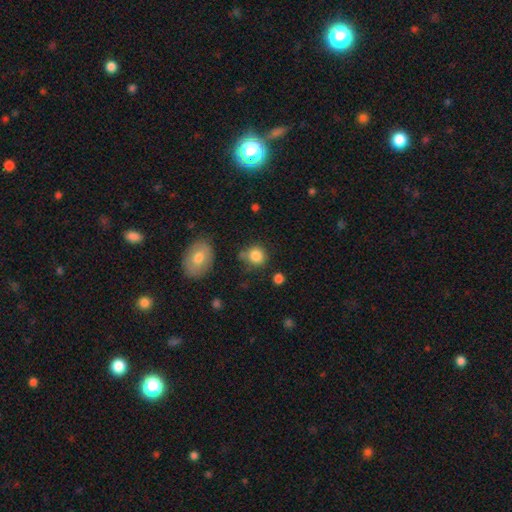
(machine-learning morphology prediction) This is clearly a smooth galaxy (84%). How rounded: clearly round (84%). Merging: likely none (72%).